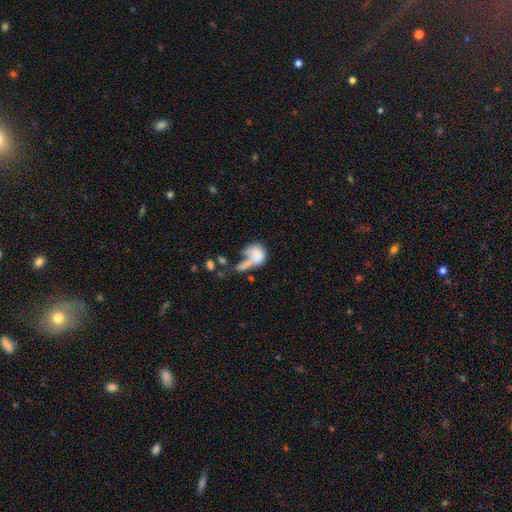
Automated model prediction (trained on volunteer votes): Smooth or featured: smooth — 61% (featured or disk — 30%)
How rounded: in between — 63% (round — 34%)
Merging: major disturbance — 38% (merger — 34%)